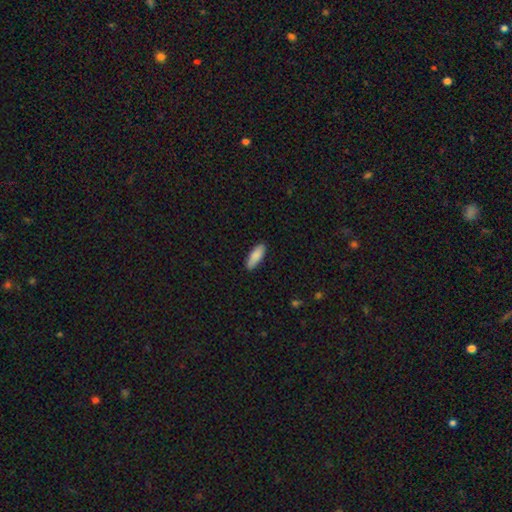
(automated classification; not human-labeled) Smooth or featured: smooth — 87% (featured or disk — 7%)
How rounded: in between — 61% (cigar-shaped — 37%)
Merging: none — 88% (minor disturbance — 9%)